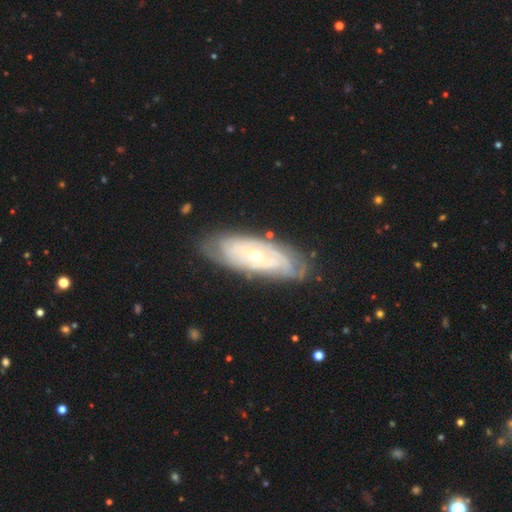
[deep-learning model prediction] Q: Smooth or featured?
A: featured or disk (80%); runner-up: smooth (15%)
Q: Edge-on disk?
A: no (88%); runner-up: yes (12%)
Q: Bar?
A: no (77%); runner-up: weak (17%)
Q: Spiral arms?
A: yes (87%); runner-up: no (13%)
Q: Spiral winding?
A: tight (77%); runner-up: medium (18%)
Q: Spiral arm count?
A: can't tell (54%); runner-up: 2 (20%)
Q: Bulge size?
A: small (52%); runner-up: moderate (45%)
Q: Merging?
A: none (77%); runner-up: minor disturbance (16%)